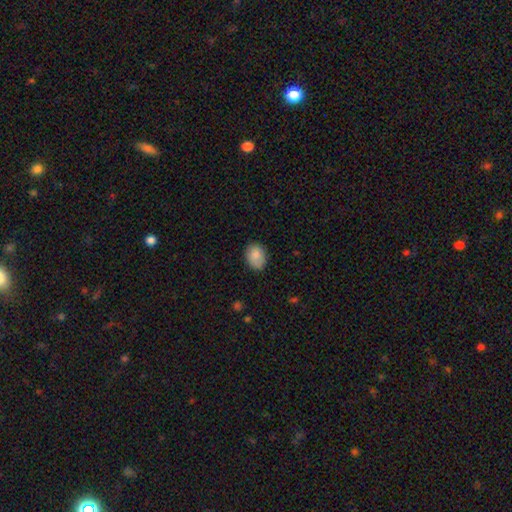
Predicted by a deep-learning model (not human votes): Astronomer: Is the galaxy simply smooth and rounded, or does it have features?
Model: smooth — 86%.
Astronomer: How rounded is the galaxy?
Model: in between — 64%.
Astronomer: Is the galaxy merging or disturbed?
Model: none — 76%.